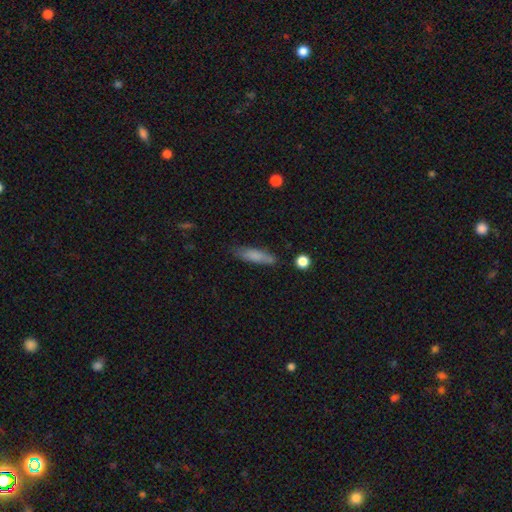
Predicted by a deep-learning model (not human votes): Smooth or featured? Predicted: smooth (p=0.78). How rounded? Predicted: cigar-shaped (p=0.75). Merging? Predicted: none (p=0.76).